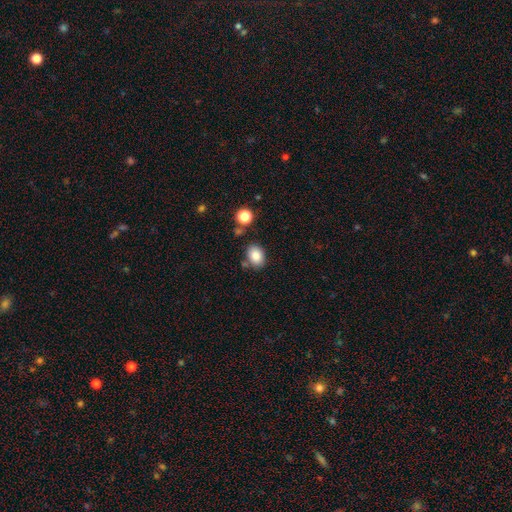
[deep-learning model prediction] Smooth or featured?
  - smooth: 85% *
  - star or artifact: 9%
  - featured or disk: 6%
How rounded?
  - in between: 71% *
  - round: 28%
  - cigar-shaped: 1%
Merging?
  - none: 76% *
  - minor disturbance: 14%
  - merger: 7%
  - major disturbance: 4%